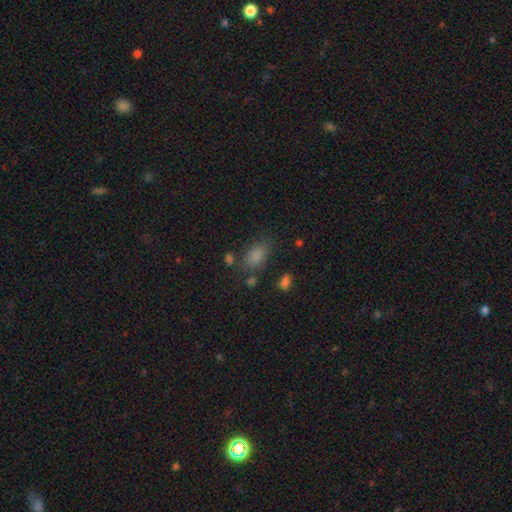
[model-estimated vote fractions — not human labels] This is likely a smooth galaxy (74%). How rounded: clearly in between (85%). Merging: likely none (72%).